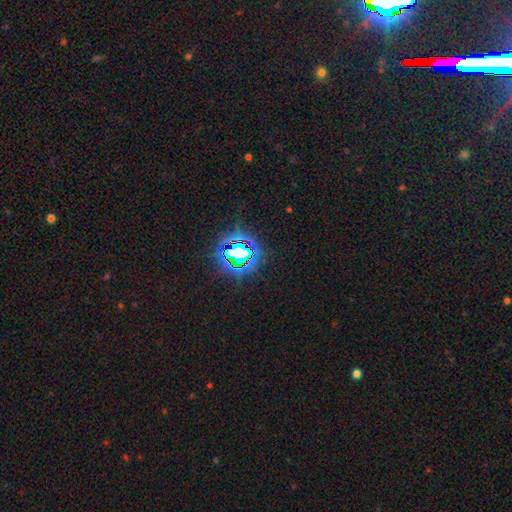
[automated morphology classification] Smooth or featured?
  - star or artifact: 82% *
  - smooth: 11%
  - featured or disk: 7%